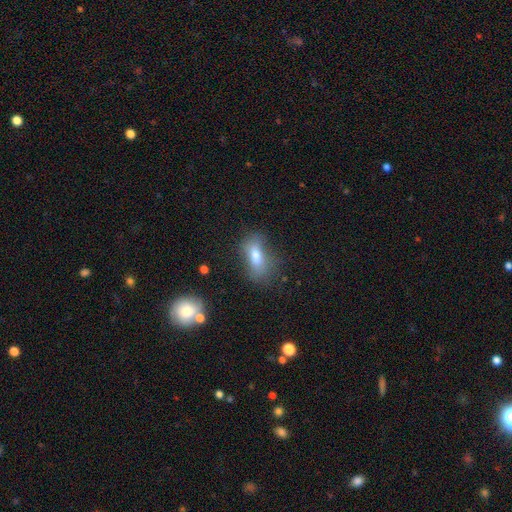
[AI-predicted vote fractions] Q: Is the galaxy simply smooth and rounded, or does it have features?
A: smooth — 70%.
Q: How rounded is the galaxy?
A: in between — 79%.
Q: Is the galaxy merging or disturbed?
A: none — 54%.